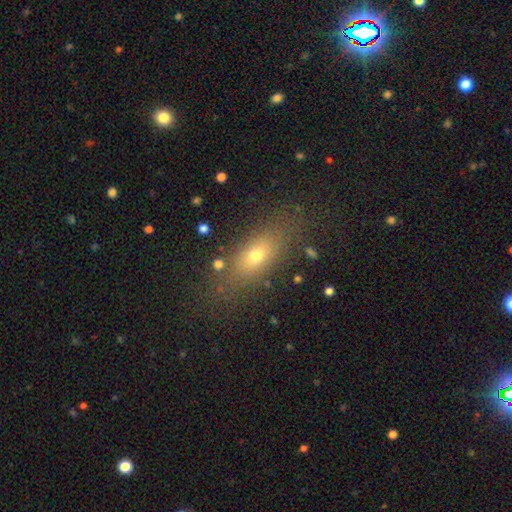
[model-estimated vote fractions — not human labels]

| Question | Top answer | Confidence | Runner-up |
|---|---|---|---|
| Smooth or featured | smooth | 67% | featured or disk (19%) |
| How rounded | in between | 67% | cigar-shaped (22%) |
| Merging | none | 76% | minor disturbance (13%) |